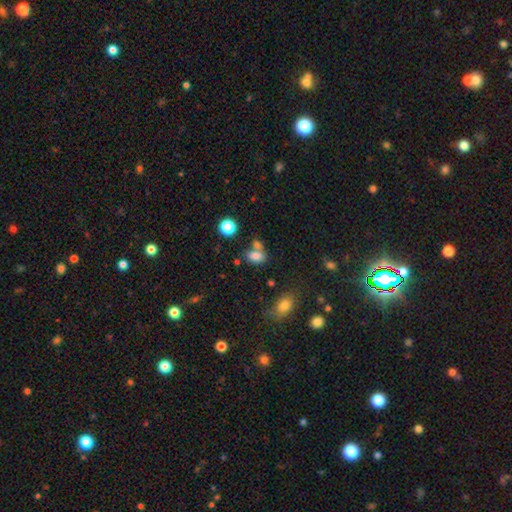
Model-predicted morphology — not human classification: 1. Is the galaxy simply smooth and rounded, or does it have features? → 78% smooth, 13% star or artifact, 9% featured or disk.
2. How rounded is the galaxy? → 80% in between, 18% round, 2% cigar-shaped.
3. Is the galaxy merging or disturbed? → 47% none, 35% merger, 13% minor disturbance, 5% major disturbance.